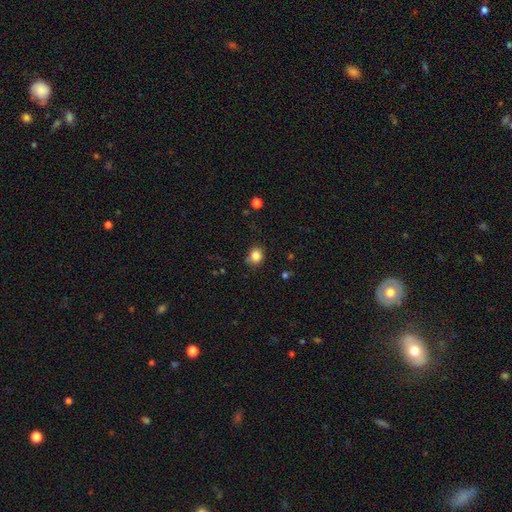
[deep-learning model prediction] Smooth or featured? Predicted: smooth (p=0.83). How rounded? Predicted: round (p=0.75). Merging? Predicted: none (p=0.73).